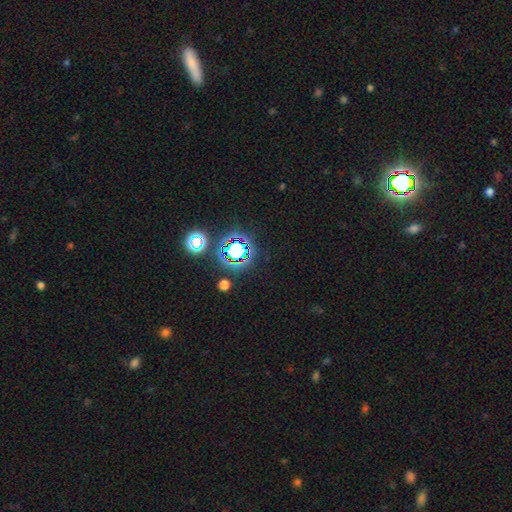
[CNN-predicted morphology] A star or artifact, not a galaxy (78%).